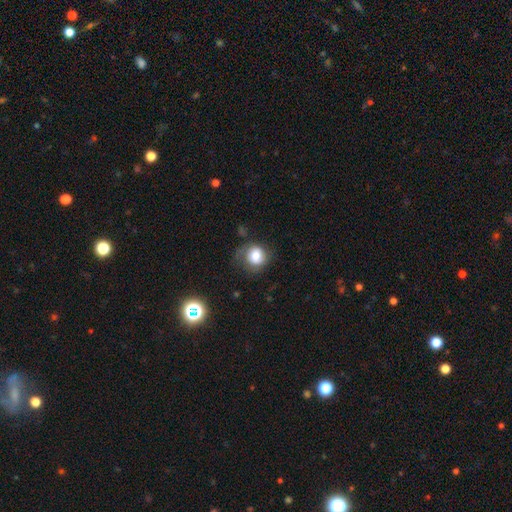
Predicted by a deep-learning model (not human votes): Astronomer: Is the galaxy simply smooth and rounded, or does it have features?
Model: smooth — 70%.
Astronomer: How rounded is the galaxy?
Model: round — 77%.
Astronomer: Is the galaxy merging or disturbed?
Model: none — 56%.